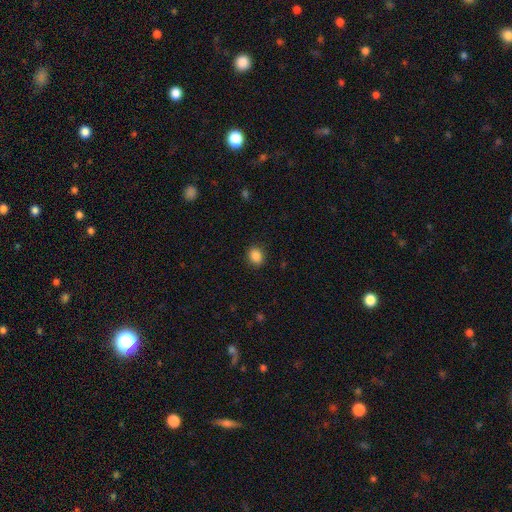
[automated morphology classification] Smooth or featured? smooth (88%)
How rounded? round (54%)
Merging? none (89%)